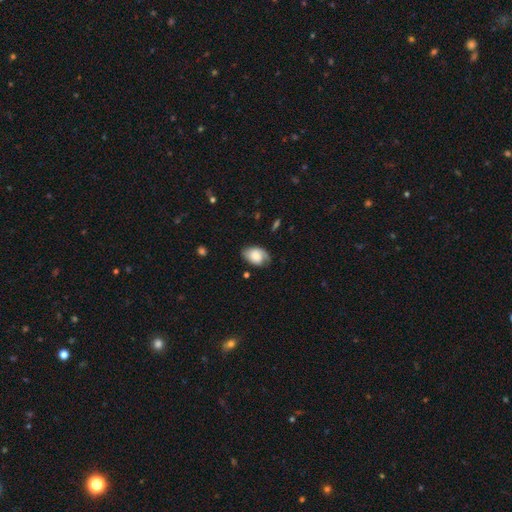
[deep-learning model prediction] The model was most divided on "merging": none: 55%, minor disturbance: 31%, major disturbance: 12%, merger: 2%. More confident: how rounded — in between (84%); smooth or featured — smooth (61%).